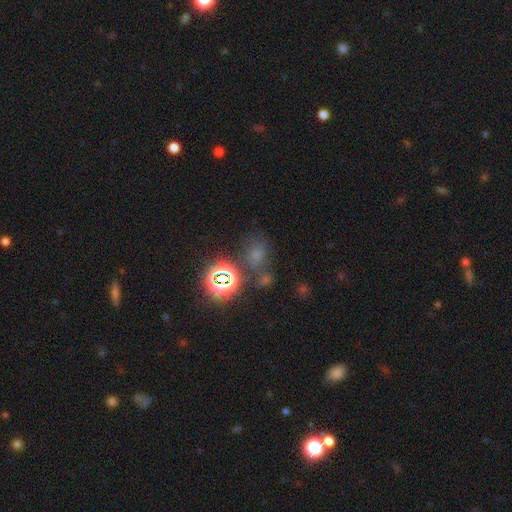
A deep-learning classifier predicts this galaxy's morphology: Q: Smooth or featured?
A: smooth (49%); runner-up: star or artifact (42%)
Q: Merging?
A: none (55%); runner-up: merger (20%)